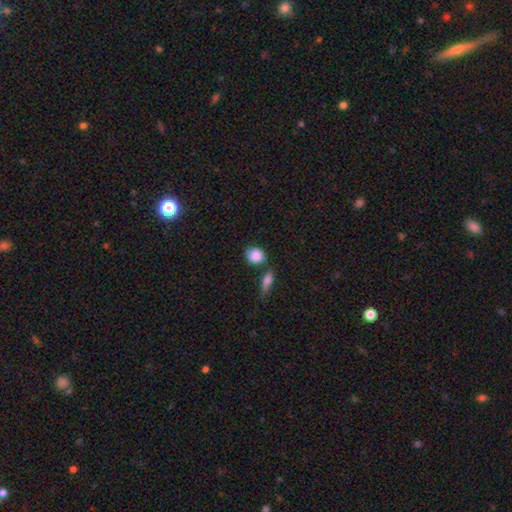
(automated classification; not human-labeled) Smooth or featured? Predicted: smooth (p=0.86). How rounded? Predicted: round (p=0.74). Merging? Predicted: none (p=0.59).